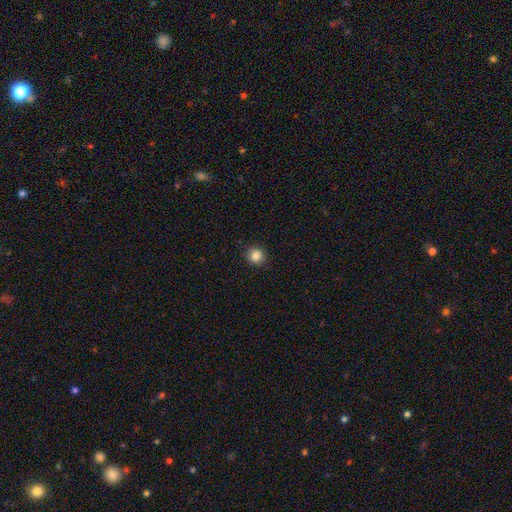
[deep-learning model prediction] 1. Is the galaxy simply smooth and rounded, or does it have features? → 86% smooth, 11% star or artifact, 3% featured or disk.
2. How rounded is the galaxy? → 92% round, 7% in between, 1% cigar-shaped.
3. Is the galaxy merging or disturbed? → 91% none, 6% minor disturbance, 2% major disturbance, 1% merger.